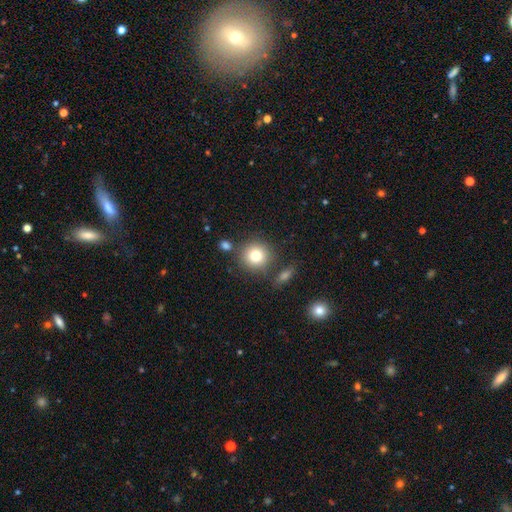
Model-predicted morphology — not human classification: Smooth or featured? Predicted: smooth (p=0.80). How rounded? Predicted: round (p=0.91). Merging? Predicted: none (p=0.76).